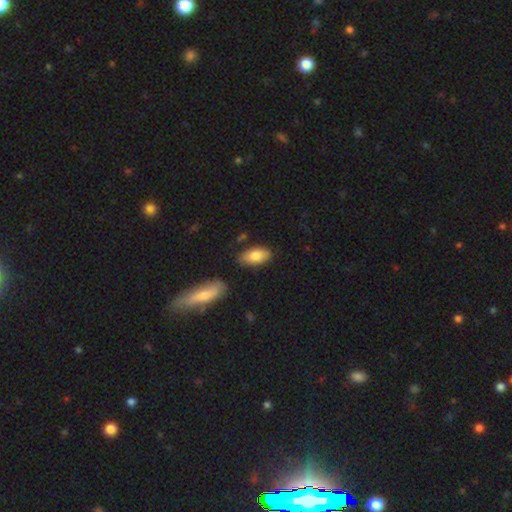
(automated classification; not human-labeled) The model was most divided on "merging": none: 78%, minor disturbance: 16%, merger: 3%, major disturbance: 3%. More confident: how rounded — in between (91%); smooth or featured — smooth (80%).